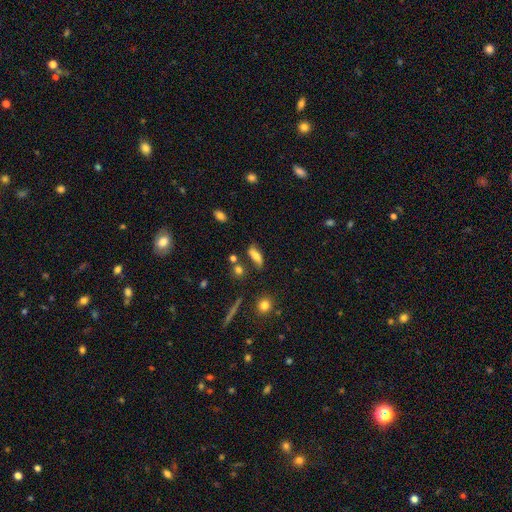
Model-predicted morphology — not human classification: A smooth galaxy with no disk features (63%) that is in between round and cigar-shaped (55%).

Vote fractions:
- Smooth or featured? smooth: 63% / featured or disk: 26% / star or artifact: 11%
- How rounded? in between: 55% / cigar-shaped: 40% / round: 5%
- Merging? none: 62% / minor disturbance: 23% / major disturbance: 8% / merger: 7%